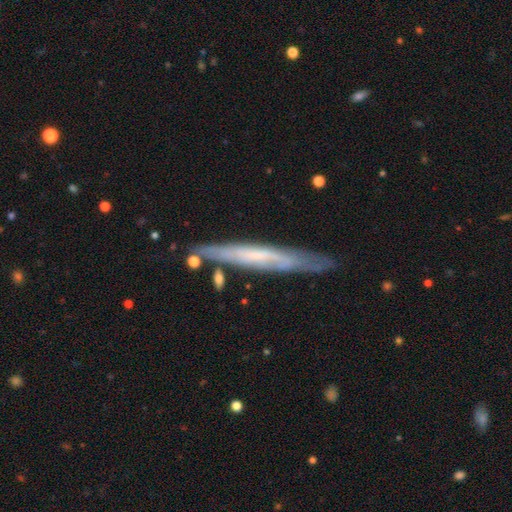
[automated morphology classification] smooth-or-featured: featured or disk: 62% | smooth: 32% | star or artifact: 7%
  disk-edge-on: yes: 82% | no: 18%
    edge-on-bulge: none: 74% | rounded: 18% | boxy: 8%
  merging: none: 76% | minor disturbance: 16% | merger: 4% | major disturbance: 4%